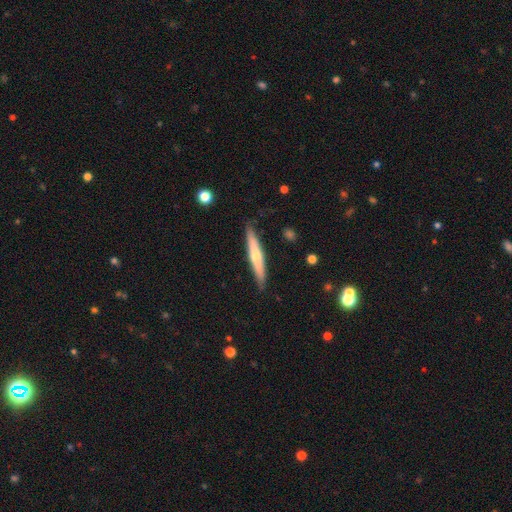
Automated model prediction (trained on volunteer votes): featured or disk 50%, smooth 45%, star or artifact 5%. Down the decision tree: merging — none (87%).